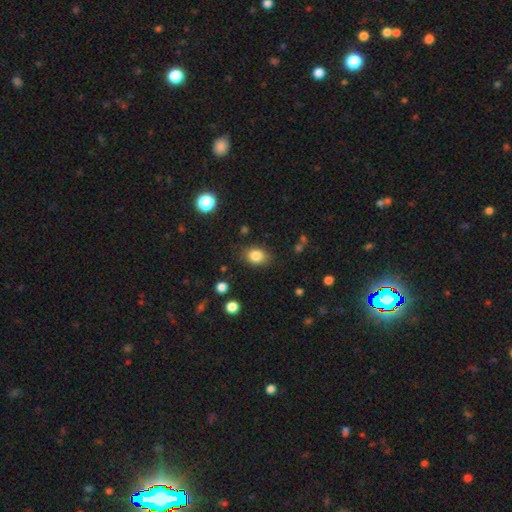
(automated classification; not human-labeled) Smooth or featured?
  - smooth: 84% *
  - star or artifact: 10%
  - featured or disk: 6%
How rounded?
  - in between: 63% *
  - round: 35%
  - cigar-shaped: 1%
Merging?
  - none: 82% *
  - minor disturbance: 13%
  - major disturbance: 3%
  - merger: 2%